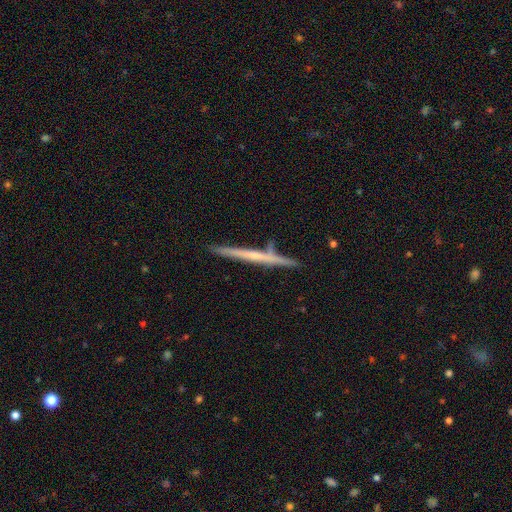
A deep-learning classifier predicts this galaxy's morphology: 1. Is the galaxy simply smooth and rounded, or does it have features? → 62% featured or disk, 32% smooth, 6% star or artifact.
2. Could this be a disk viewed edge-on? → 98% yes, 2% no.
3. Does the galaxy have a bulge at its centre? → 69% none, 25% rounded, 6% boxy.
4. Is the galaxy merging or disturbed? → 85% none, 10% minor disturbance, 4% merger, 2% major disturbance.